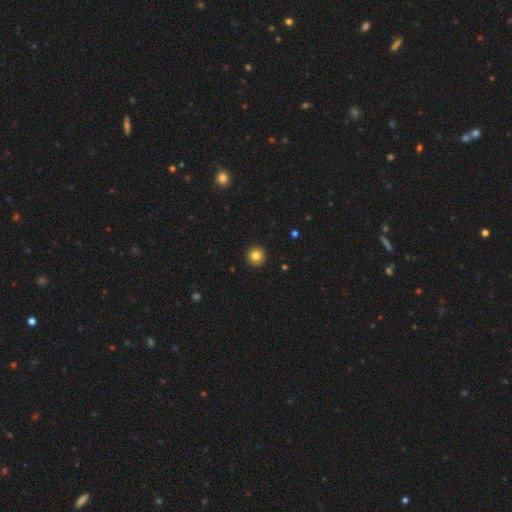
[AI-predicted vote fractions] Q: Smooth or featured?
A: smooth (83%); runner-up: star or artifact (10%)
Q: How rounded?
A: round (96%); runner-up: in between (3%)
Q: Merging?
A: none (93%); runner-up: minor disturbance (5%)